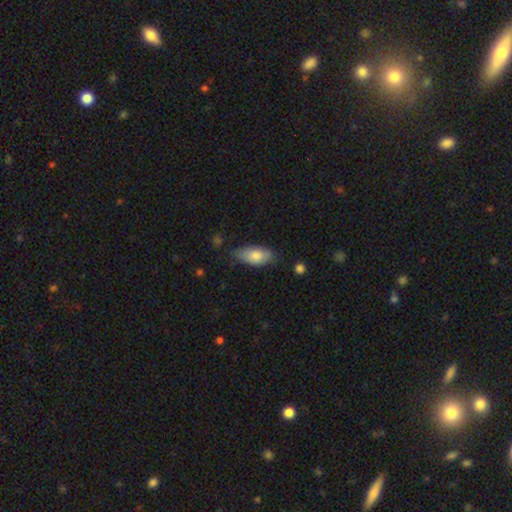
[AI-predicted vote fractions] This appears to be a smooth galaxy with no disk features (78%) that is in between round and cigar-shaped (89%). Merging: none (64%).